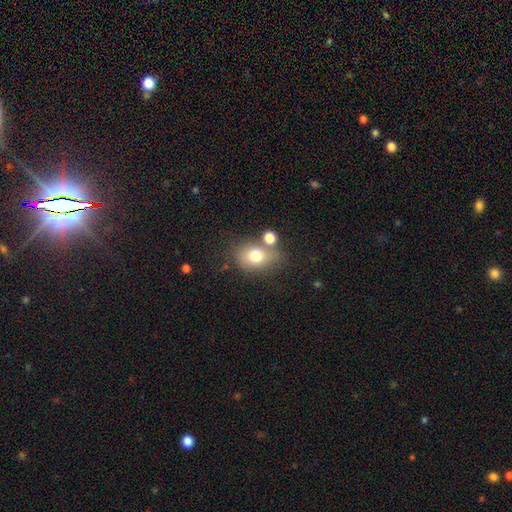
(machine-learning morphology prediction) Overall: smooth (74%). How rounded: in between (59%; round 40%). Merging: none (56%; merger 21%).